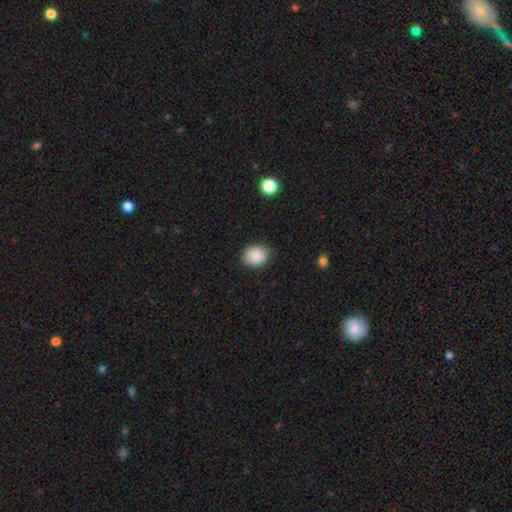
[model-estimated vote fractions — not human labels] Smooth or featured? smooth (88%)
How rounded? round (55%)
Merging? none (86%)